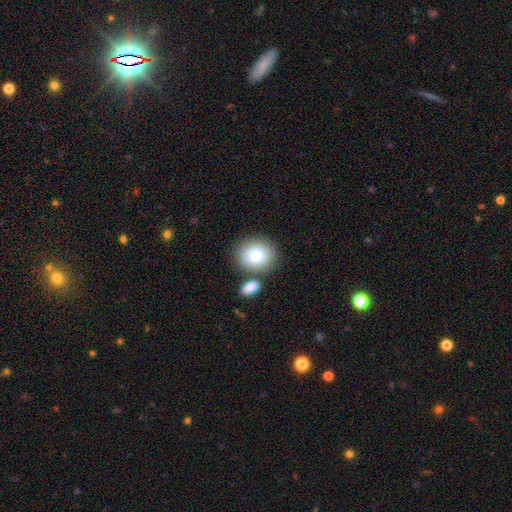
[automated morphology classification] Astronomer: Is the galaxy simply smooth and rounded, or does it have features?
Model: smooth — 81%.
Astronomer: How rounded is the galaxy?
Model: round — 68%.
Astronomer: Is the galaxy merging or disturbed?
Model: none — 69%.